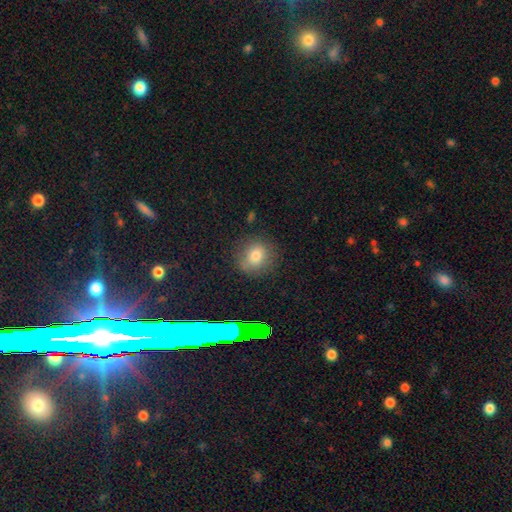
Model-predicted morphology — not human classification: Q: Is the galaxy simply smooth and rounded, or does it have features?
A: smooth — 77%.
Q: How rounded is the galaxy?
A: round — 81%.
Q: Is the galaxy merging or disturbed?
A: none — 81%.